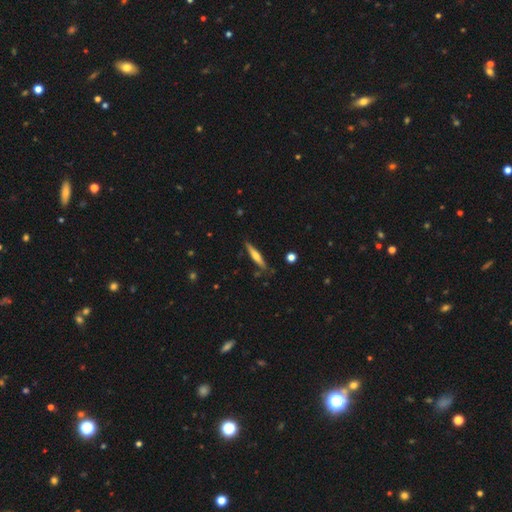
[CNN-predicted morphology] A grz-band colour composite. It shows a smooth galaxy with no disk features (48%). Merging: none (84%).